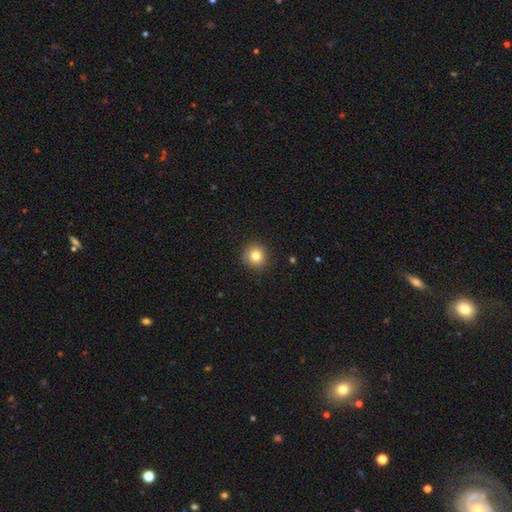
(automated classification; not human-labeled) A smooth galaxy with no disk features (80%) that is round (93%). Merging: none (88%).